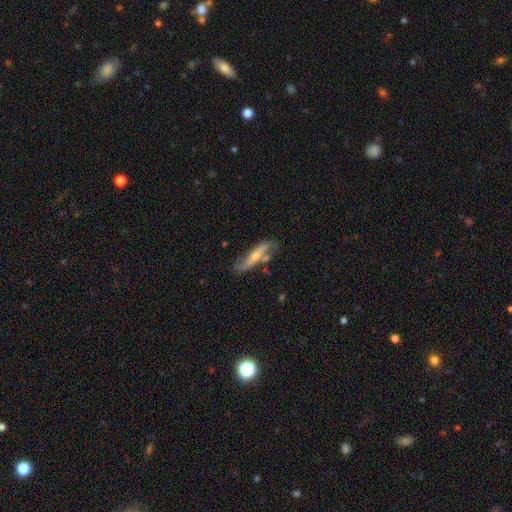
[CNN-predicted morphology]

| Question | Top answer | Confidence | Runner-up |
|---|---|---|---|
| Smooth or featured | featured or disk | 71% | smooth (22%) |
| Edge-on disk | no | 61% | yes (39%) |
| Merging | none | 64% | minor disturbance (20%) |